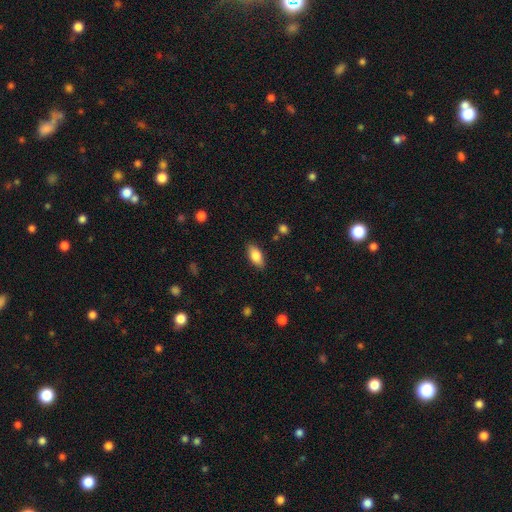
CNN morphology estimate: The model was most divided on "smooth or featured": smooth: 83%, featured or disk: 10%, star or artifact: 7%. More confident: how rounded — in between (88%); merging — none (86%).